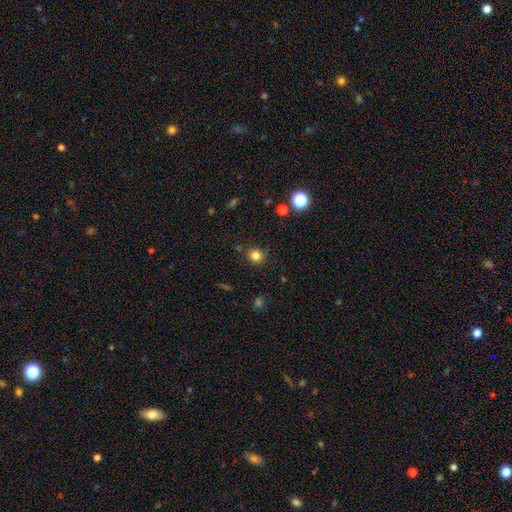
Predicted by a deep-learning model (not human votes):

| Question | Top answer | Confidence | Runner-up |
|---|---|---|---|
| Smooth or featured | smooth | 80% | star or artifact (14%) |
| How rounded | round | 86% | in between (13%) |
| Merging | none | 83% | minor disturbance (12%) |